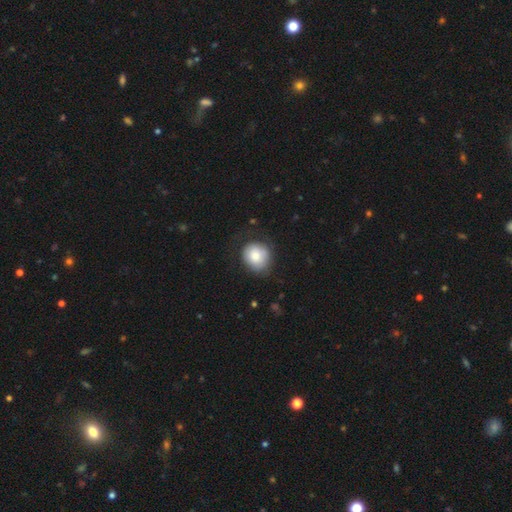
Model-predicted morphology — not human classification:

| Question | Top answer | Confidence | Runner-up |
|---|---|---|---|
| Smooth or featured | smooth | 80% | featured or disk (13%) |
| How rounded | round | 78% | in between (21%) |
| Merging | none | 66% | minor disturbance (23%) |